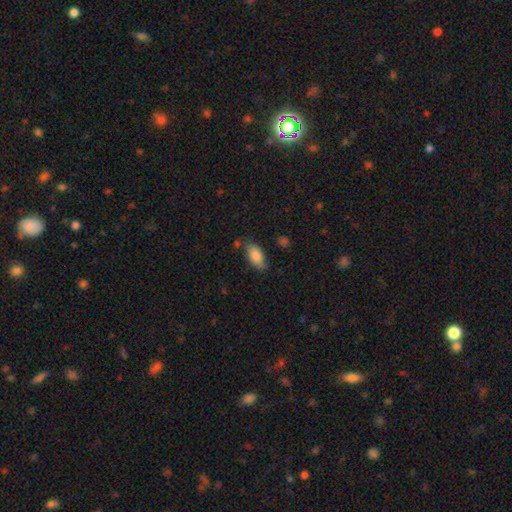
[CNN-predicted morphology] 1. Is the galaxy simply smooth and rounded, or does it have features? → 83% smooth, 10% featured or disk, 7% star or artifact.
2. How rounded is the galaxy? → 90% in between, 7% cigar-shaped, 3% round.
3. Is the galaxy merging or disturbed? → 66% none, 24% minor disturbance, 6% major disturbance, 5% merger.